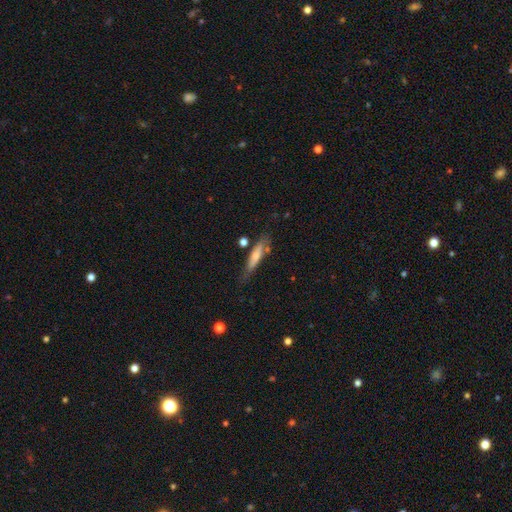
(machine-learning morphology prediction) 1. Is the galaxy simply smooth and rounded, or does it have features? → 49% smooth, 44% featured or disk, 7% star or artifact.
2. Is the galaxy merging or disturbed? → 67% none, 22% minor disturbance, 6% major disturbance, 6% merger.